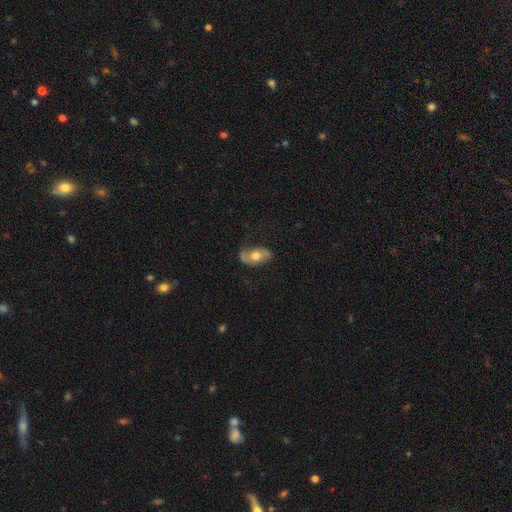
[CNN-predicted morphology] Overall: smooth (55%; featured or disk 38%). How rounded: in between (90%). Merging: none (73%).